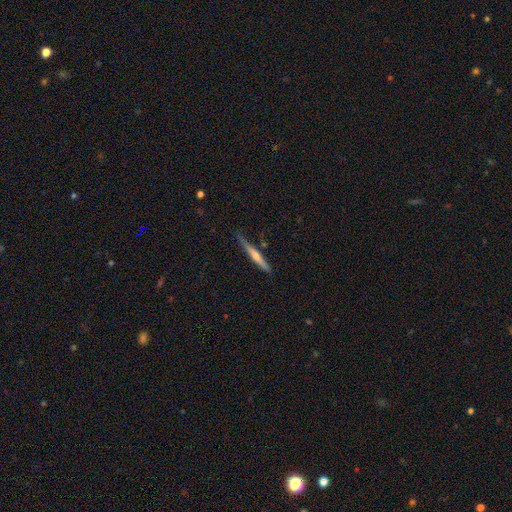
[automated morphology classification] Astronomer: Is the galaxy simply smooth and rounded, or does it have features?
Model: featured or disk — 63%.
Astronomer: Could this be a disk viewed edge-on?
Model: yes — 97%.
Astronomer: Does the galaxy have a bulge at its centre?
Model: rounded — 74%.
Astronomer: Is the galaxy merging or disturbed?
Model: none — 82%.